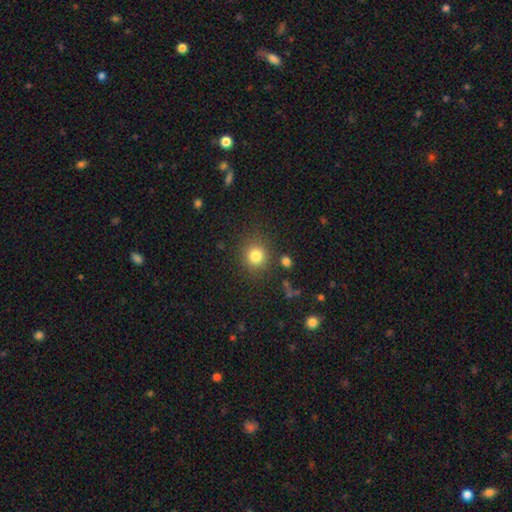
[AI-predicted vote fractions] Smooth or featured? smooth (81%)
How rounded? round (86%)
Merging? none (83%)